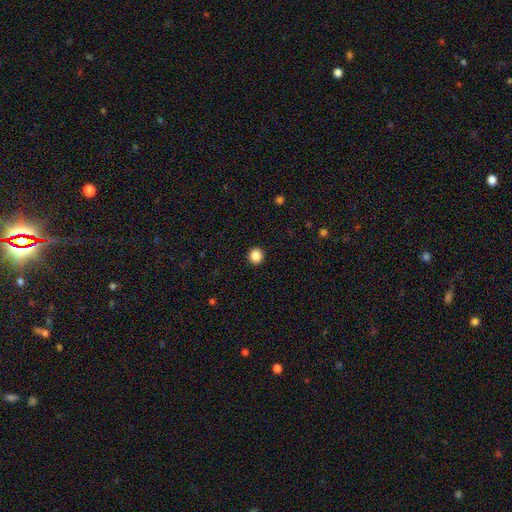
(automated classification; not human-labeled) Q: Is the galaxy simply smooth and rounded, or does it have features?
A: smooth — 87%.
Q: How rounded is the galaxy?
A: round — 92%.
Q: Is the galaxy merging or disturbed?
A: none — 93%.